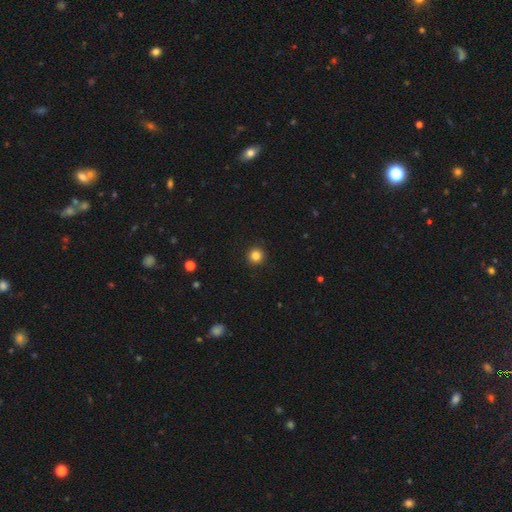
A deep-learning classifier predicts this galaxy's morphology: This is clearly a smooth galaxy (84%). How rounded: clearly round (95%). Merging: clearly none (93%).